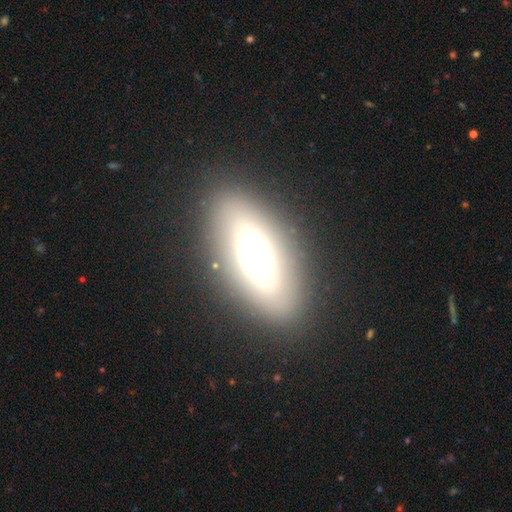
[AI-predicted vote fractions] The model was most divided on "smooth or featured": featured or disk: 46%, smooth: 42%, star or artifact: 12%. More confident: merging — none (84%).